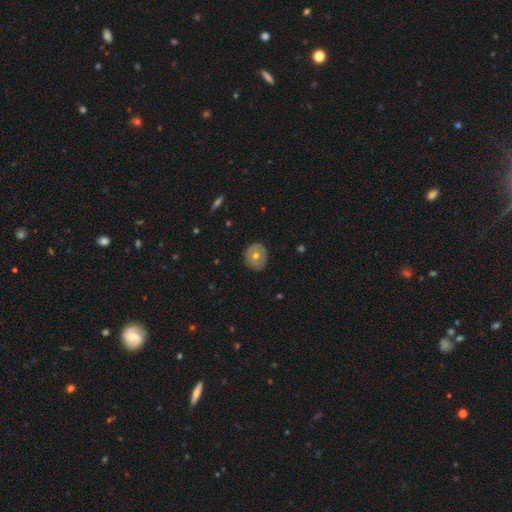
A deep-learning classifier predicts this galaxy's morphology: Q: Smooth or featured?
A: smooth (50%); runner-up: featured or disk (42%)
Q: How rounded?
A: round (78%); runner-up: in between (21%)
Q: Merging?
A: none (83%); runner-up: minor disturbance (13%)